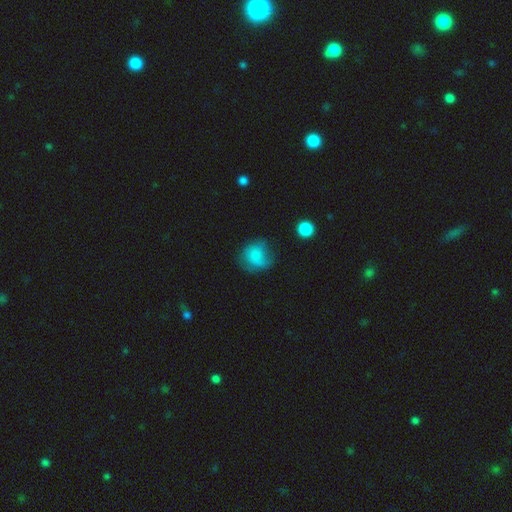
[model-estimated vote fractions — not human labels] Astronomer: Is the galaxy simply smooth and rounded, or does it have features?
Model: smooth — 64%.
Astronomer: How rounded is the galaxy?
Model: round — 75%.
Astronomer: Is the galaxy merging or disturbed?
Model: none — 48% (runner-up: minor disturbance, 30%).